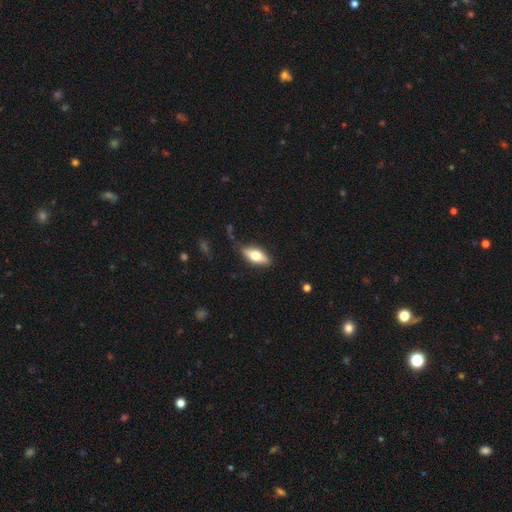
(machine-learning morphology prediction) A smooth galaxy with no disk features (64%) that is in between round and cigar-shaped (78%).

Vote fractions:
- Smooth or featured? smooth: 64% / featured or disk: 30% / star or artifact: 7%
- How rounded? in between: 78% / cigar-shaped: 19% / round: 3%
- Merging? none: 79% / minor disturbance: 15% / major disturbance: 4% / merger: 2%